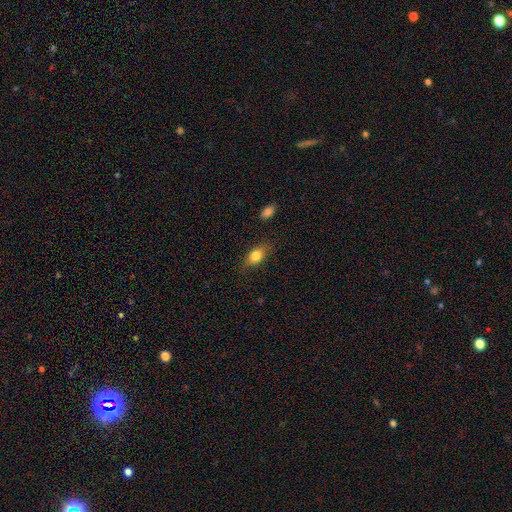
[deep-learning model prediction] smooth 78%, featured or disk 14%, star or artifact 8%. Down the decision tree: how rounded — in between (80%); merging — none (78%).